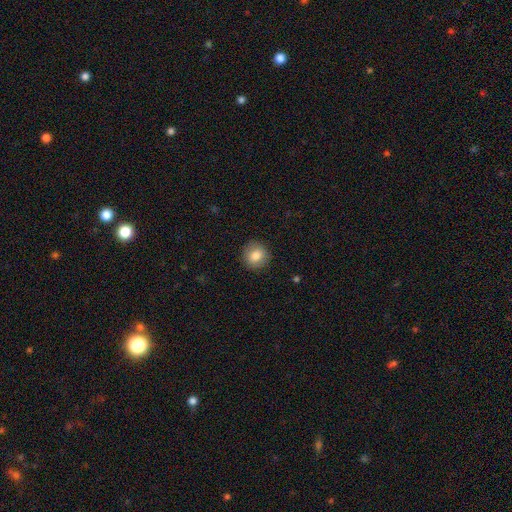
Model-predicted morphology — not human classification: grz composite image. It shows a smooth galaxy with no disk features (83%) that is round (90%). Merging: none (91%).